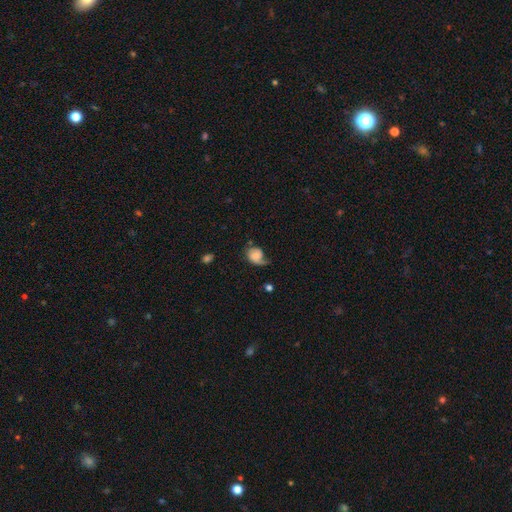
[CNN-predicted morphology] This appears to be a featured or disk galaxy (47%). Merging: none (37%).